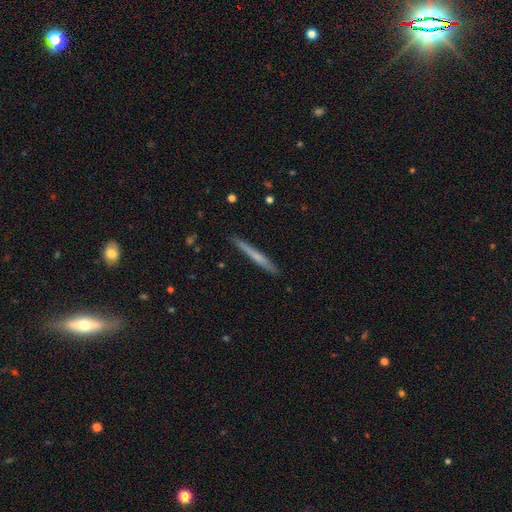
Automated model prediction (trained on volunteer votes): Smooth or featured: smooth — 53% (featured or disk — 41%)
How rounded: cigar-shaped — 97% (in between — 2%)
Merging: none — 89% (minor disturbance — 8%)